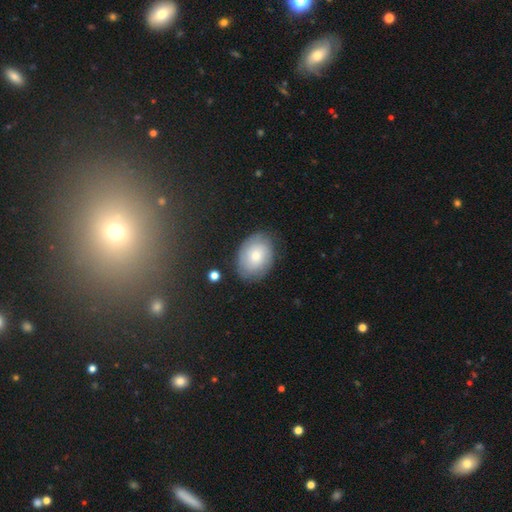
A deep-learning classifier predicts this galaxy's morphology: This appears to be a smooth galaxy with no disk features (62%) that is in between round and cigar-shaped (74%). Merging: none (78%).